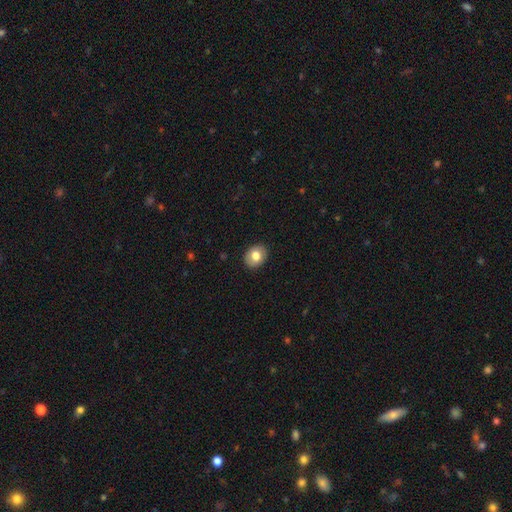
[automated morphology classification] The model was most divided on "how rounded": in between: 54%, round: 45%, cigar-shaped: 1%. More confident: merging — none (89%); smooth or featured — smooth (75%).